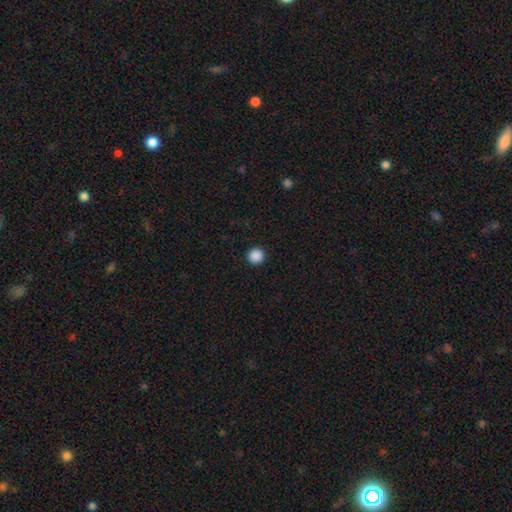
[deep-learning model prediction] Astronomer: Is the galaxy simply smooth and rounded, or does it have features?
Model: smooth — 88%.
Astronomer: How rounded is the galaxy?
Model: round — 96%.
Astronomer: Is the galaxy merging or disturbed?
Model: none — 93%.